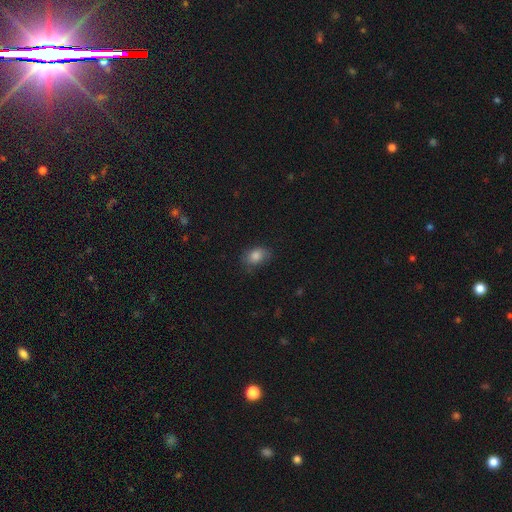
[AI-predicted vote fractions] smooth 82%, star or artifact 9%, featured or disk 9%. Down the decision tree: how rounded — in between (77%); merging — none (67%).